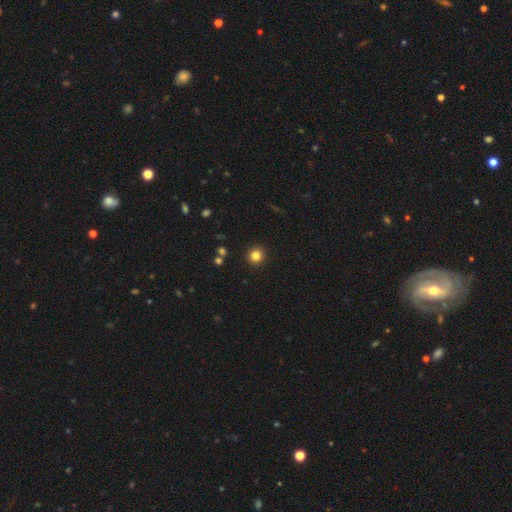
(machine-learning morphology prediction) Smooth or featured? Predicted: smooth (p=0.82). How rounded? Predicted: round (p=0.92). Merging? Predicted: none (p=0.92).